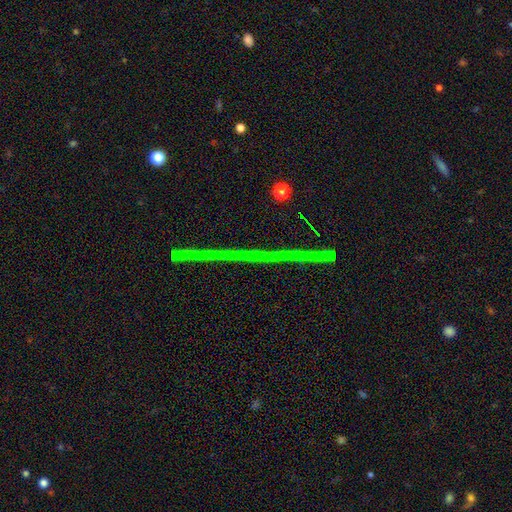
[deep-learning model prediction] Overall: star or artifact (53%; featured or disk 35%).